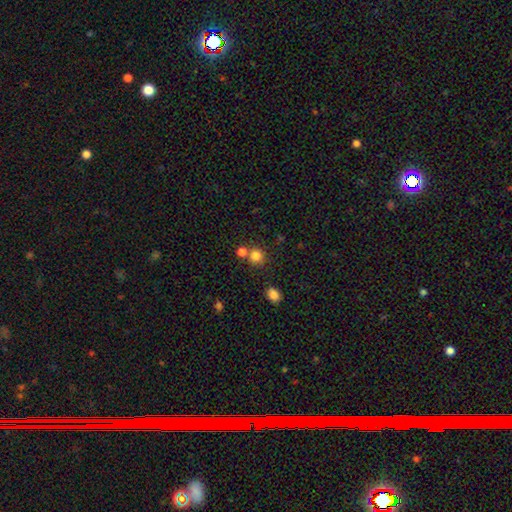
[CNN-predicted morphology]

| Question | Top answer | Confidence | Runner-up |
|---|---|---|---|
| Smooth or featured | smooth | 81% | star or artifact (13%) |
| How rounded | round | 89% | in between (10%) |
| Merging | none | 65% | merger (24%) |